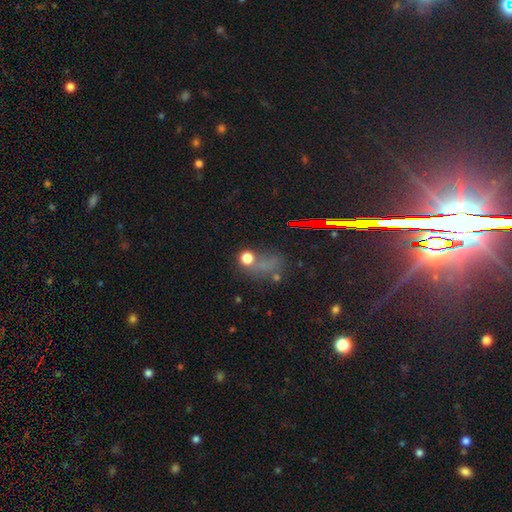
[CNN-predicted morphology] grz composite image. It shows a star or artifact, not a galaxy (50%).